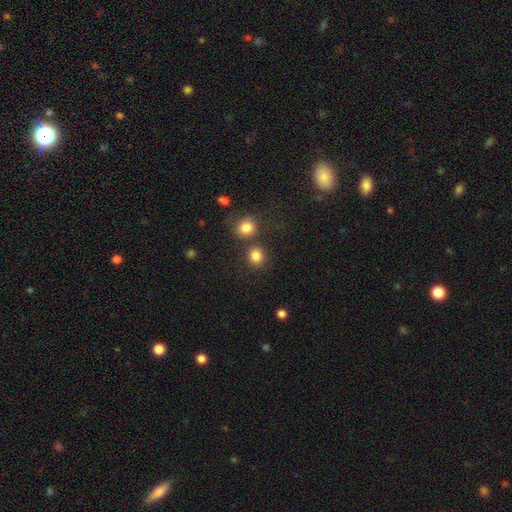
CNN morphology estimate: A smooth galaxy with no disk features (83%) that is round (83%). Merging: none (72%).